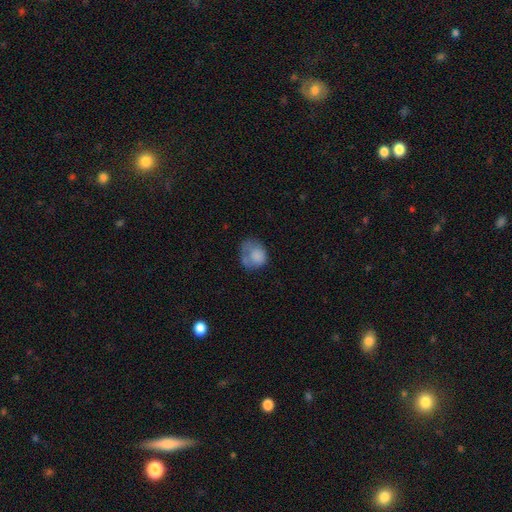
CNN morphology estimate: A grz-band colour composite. It shows a smooth galaxy with no disk features (72%) that is round (58%). Merging: none (35%).